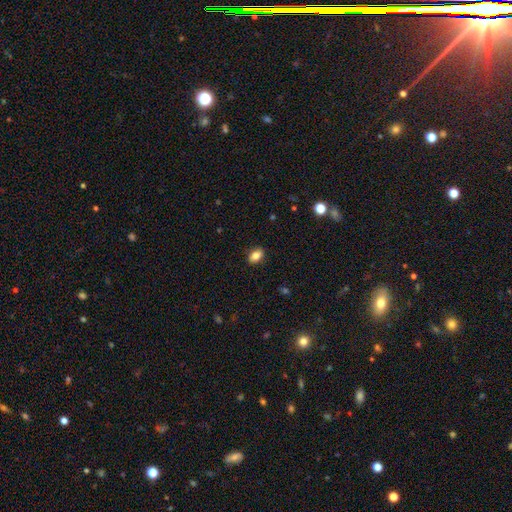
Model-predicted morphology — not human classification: Q: Smooth or featured?
A: smooth (83%); runner-up: featured or disk (9%)
Q: How rounded?
A: in between (85%); runner-up: round (12%)
Q: Merging?
A: none (88%); runner-up: minor disturbance (9%)